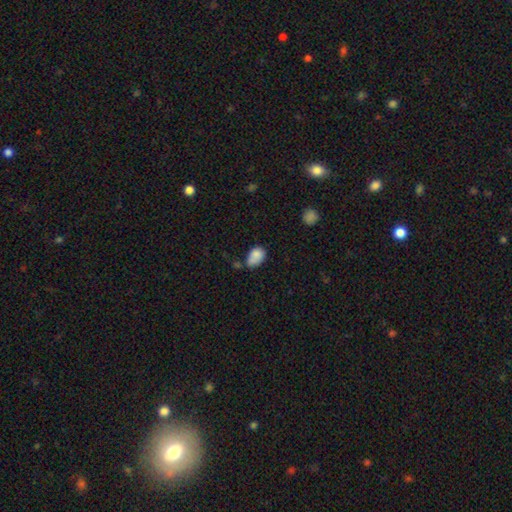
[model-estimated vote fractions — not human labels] A smooth galaxy with no disk features (82%) that is in between round and cigar-shaped (81%).

Vote fractions:
- Smooth or featured? smooth: 82% / star or artifact: 9% / featured or disk: 8%
- How rounded? in between: 81% / round: 18% / cigar-shaped: 1%
- Merging? none: 39% / minor disturbance: 34% / merger: 17% / major disturbance: 11%